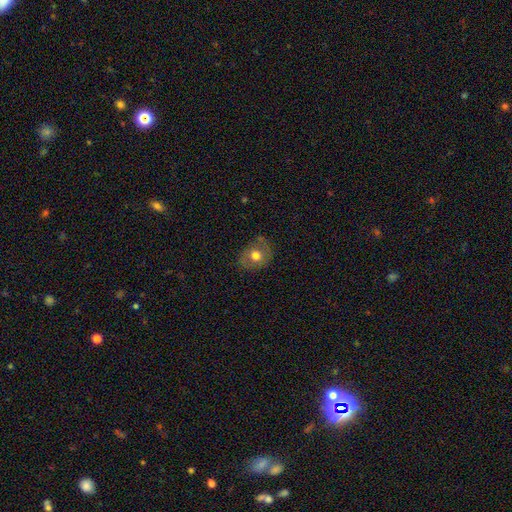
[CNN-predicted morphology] The model was most divided on "how rounded": round: 61%, in between: 38%, cigar-shaped: 1%. More confident: merging — none (70%); smooth or featured — smooth (59%).